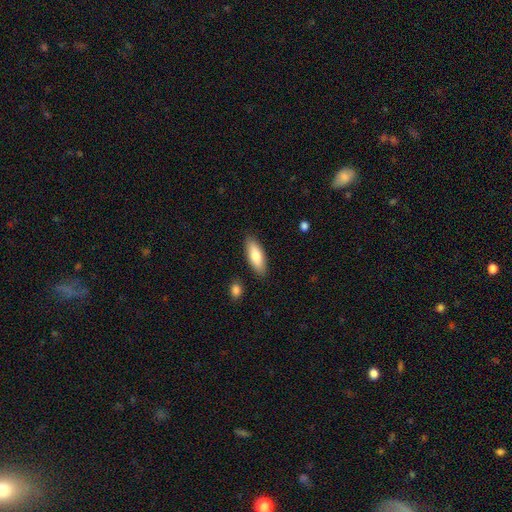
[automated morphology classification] Smooth or featured? Predicted: smooth (p=0.79). How rounded? Predicted: in between (p=0.70). Merging? Predicted: none (p=0.87).